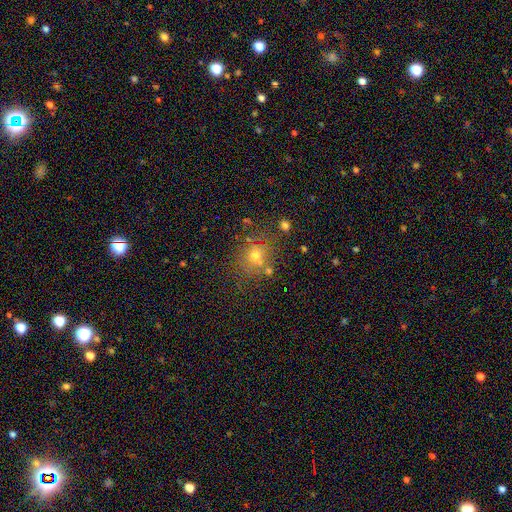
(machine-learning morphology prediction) The model was most divided on "smooth or featured": smooth: 63%, star or artifact: 23%, featured or disk: 14%. More confident: how rounded — round (72%); merging — none (70%).